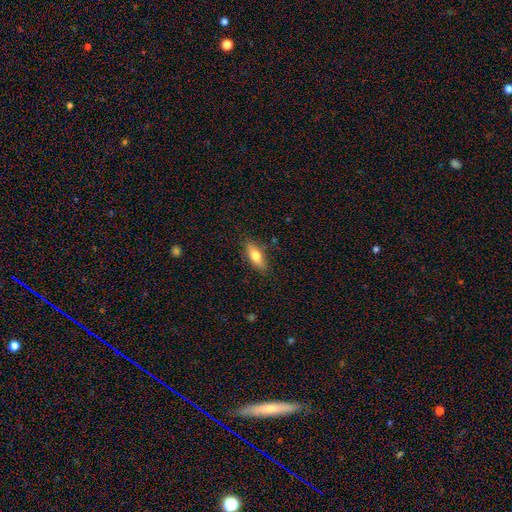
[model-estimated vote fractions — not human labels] The model was most divided on "how rounded": in between: 71%, cigar-shaped: 26%, round: 3%. More confident: merging — none (81%); smooth or featured — smooth (73%).